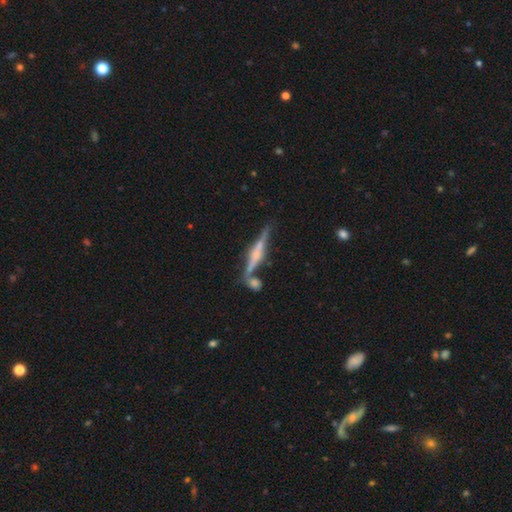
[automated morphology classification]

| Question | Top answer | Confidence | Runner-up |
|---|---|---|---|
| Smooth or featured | featured or disk | 75% | smooth (18%) |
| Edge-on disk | yes | 96% | no (4%) |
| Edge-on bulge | rounded | 68% | boxy (18%) |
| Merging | none | 66% | merger (17%) |